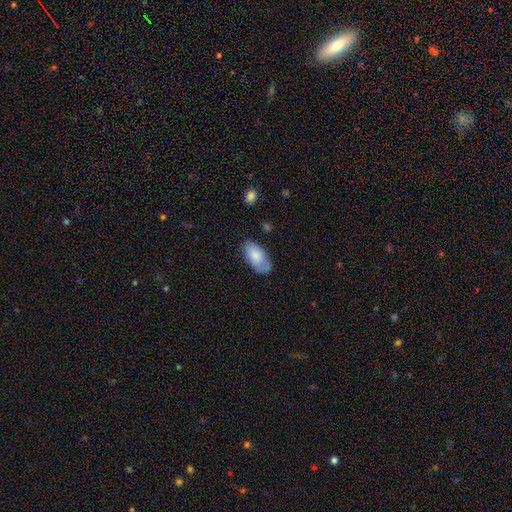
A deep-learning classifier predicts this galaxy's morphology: This appears to be a smooth galaxy with no disk features (78%) that is in between round and cigar-shaped (94%). Merging: none (64%).